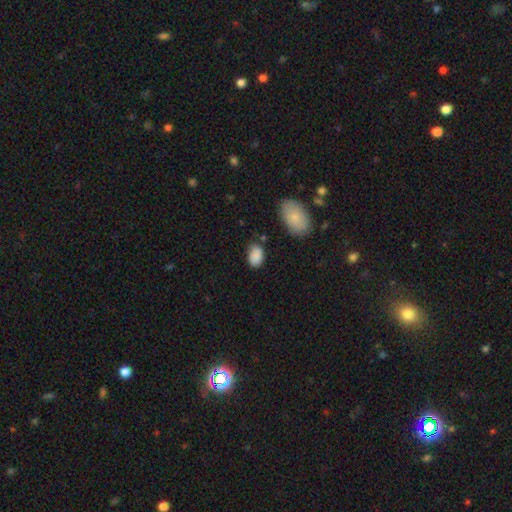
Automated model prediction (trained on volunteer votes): Morphology: type=smooth (87%); roundness=in between (87%); merging=none (69%).